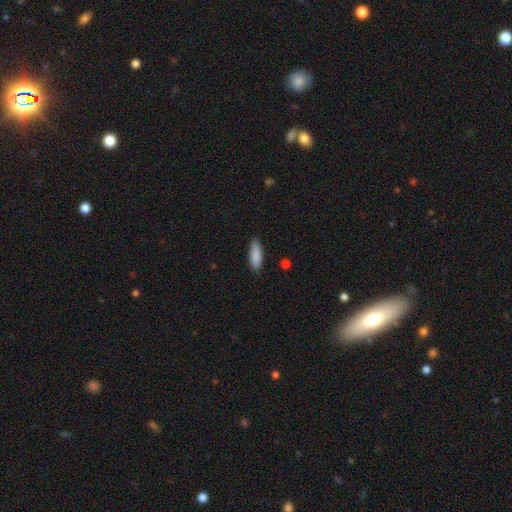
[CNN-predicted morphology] This is clearly a smooth galaxy (88%). How rounded: likely in between (62%). Merging: clearly none (85%).